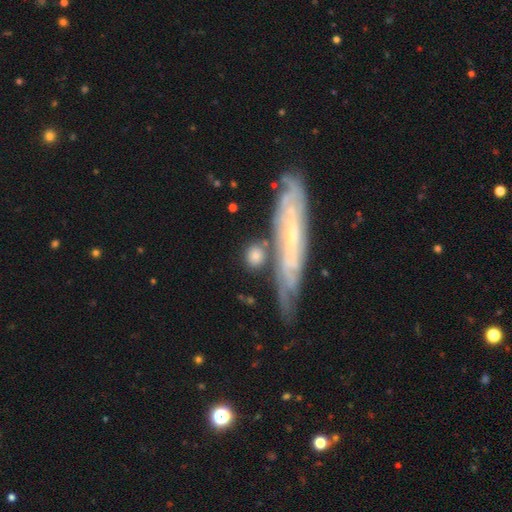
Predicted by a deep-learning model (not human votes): A smooth galaxy with no disk features (73%) that is round (66%).

Vote fractions:
- Smooth or featured? smooth: 73% / featured or disk: 20% / star or artifact: 7%
- How rounded? round: 66% / in between: 20% / cigar-shaped: 14%
- Merging? none: 75% / minor disturbance: 12% / merger: 9% / major disturbance: 4%